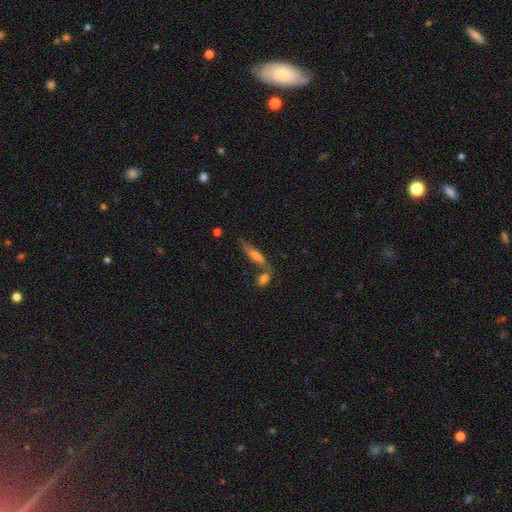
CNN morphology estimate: A smooth galaxy with no disk features (50%).

Vote fractions:
- Smooth or featured? smooth: 50% / featured or disk: 40% / star or artifact: 10%
- Merging? none: 57% / merger: 24% / minor disturbance: 14% / major disturbance: 5%